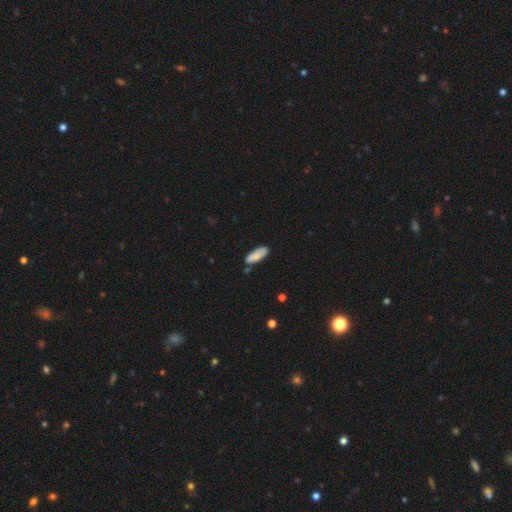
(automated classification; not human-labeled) Morphology: type=smooth (82%); roundness=in between (67%); merging=none (69%).